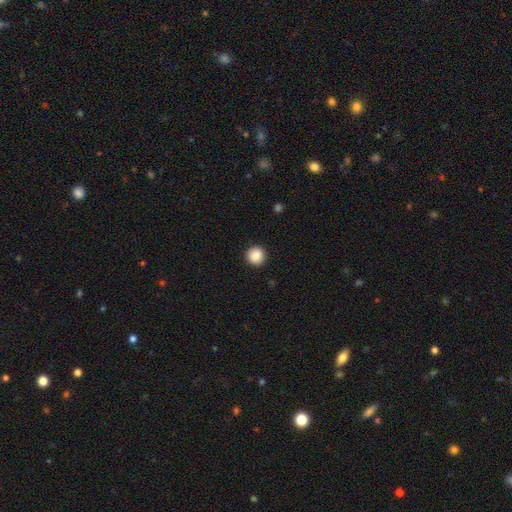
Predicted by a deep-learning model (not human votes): Q: Smooth or featured?
A: smooth (88%); runner-up: star or artifact (9%)
Q: How rounded?
A: round (95%); runner-up: in between (4%)
Q: Merging?
A: none (92%); runner-up: minor disturbance (5%)